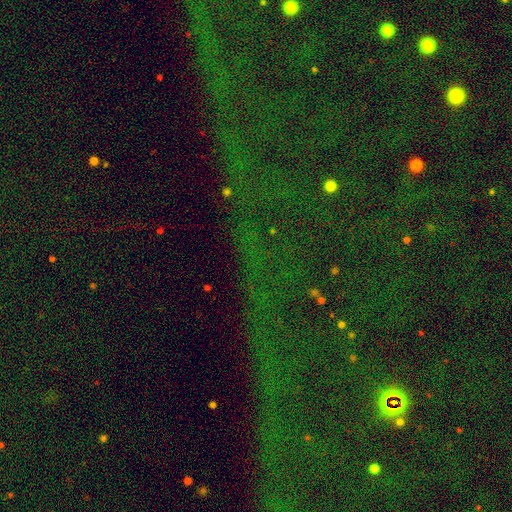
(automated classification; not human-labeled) Overall: star or artifact (81%).